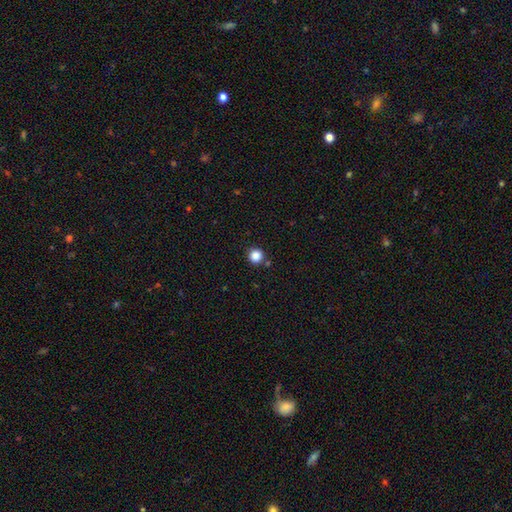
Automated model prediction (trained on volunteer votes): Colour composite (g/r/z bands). It shows a smooth galaxy with no disk features (86%) that is round (95%). Merging: none (87%).